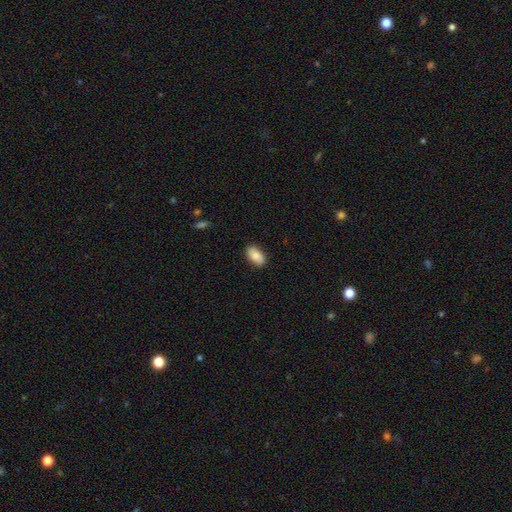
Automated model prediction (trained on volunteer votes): Q: Smooth or featured?
A: smooth (83%); runner-up: featured or disk (10%)
Q: How rounded?
A: in between (93%); runner-up: round (4%)
Q: Merging?
A: none (86%); runner-up: minor disturbance (11%)